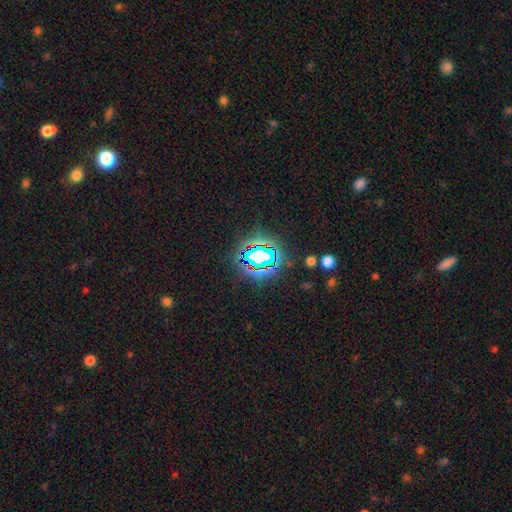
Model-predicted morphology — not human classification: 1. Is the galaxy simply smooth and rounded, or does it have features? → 70% star or artifact, 19% smooth, 12% featured or disk.